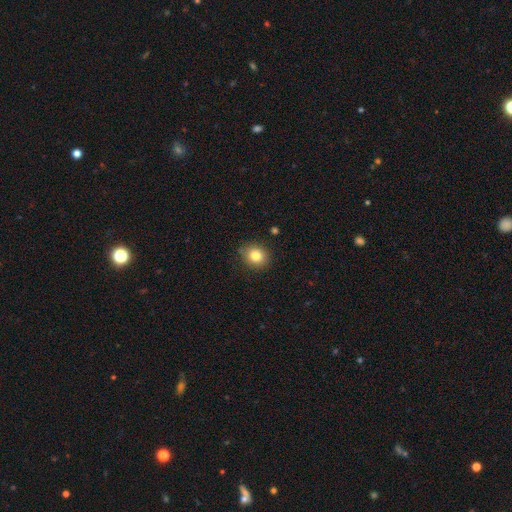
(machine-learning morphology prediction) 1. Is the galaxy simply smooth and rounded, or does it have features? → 82% smooth, 11% star or artifact, 8% featured or disk.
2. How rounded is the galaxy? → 70% round, 29% in between, 1% cigar-shaped.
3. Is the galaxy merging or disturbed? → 85% none, 11% minor disturbance, 2% major disturbance, 1% merger.